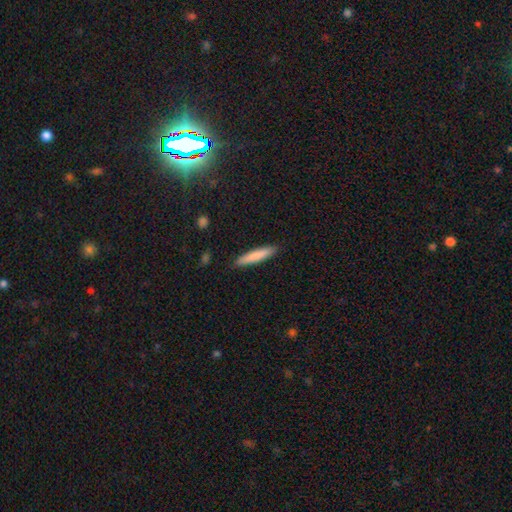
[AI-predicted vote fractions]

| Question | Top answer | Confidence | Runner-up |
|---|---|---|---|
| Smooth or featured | smooth | 80% | featured or disk (14%) |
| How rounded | cigar-shaped | 92% | in between (7%) |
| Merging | none | 90% | minor disturbance (7%) |